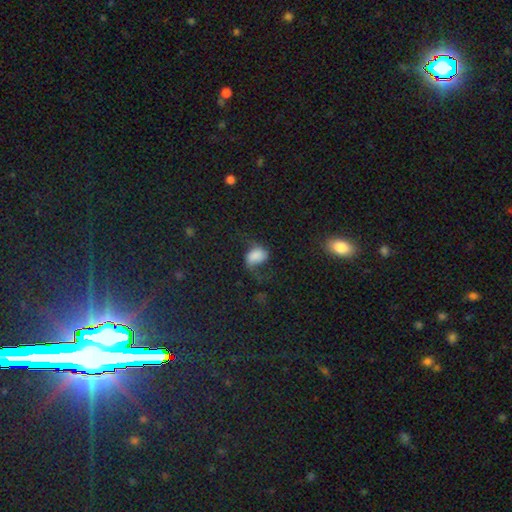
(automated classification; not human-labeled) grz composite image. It shows a smooth galaxy with no disk features (57%) that is in between round and cigar-shaped (78%). Merging: none (39%).